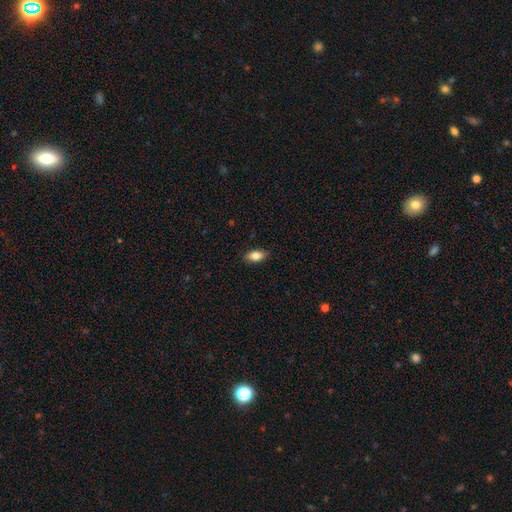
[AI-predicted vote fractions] Smooth or featured? Predicted: smooth (p=0.83). How rounded? Predicted: in between (p=0.89). Merging? Predicted: none (p=0.85).